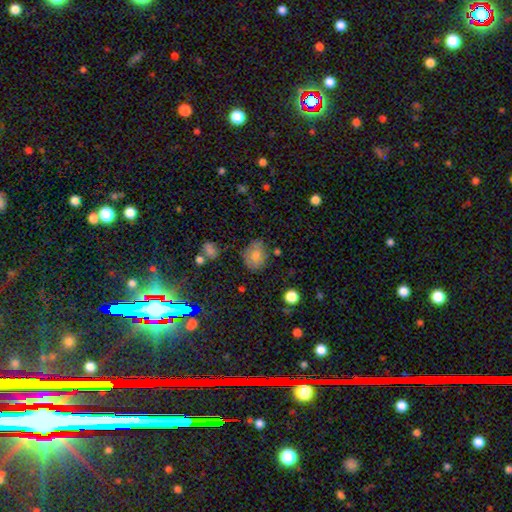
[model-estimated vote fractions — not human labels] This appears to be a smooth galaxy with no disk features (68%) that is in between round and cigar-shaped (53%). Merging: none (72%).